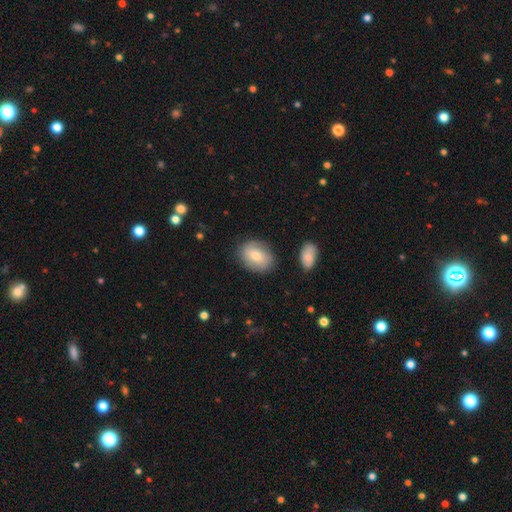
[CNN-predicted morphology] This is likely a smooth galaxy (66%). How rounded: likely in between (64%). Merging: likely none (80%).